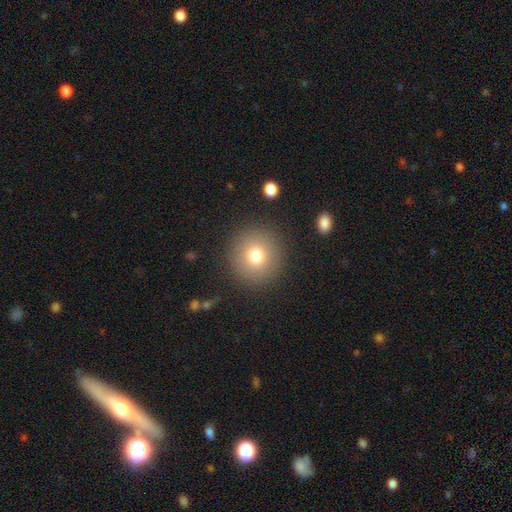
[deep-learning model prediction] Smooth or featured: smooth — 76% (star or artifact — 12%)
How rounded: round — 95% (in between — 4%)
Merging: none — 89% (minor disturbance — 7%)